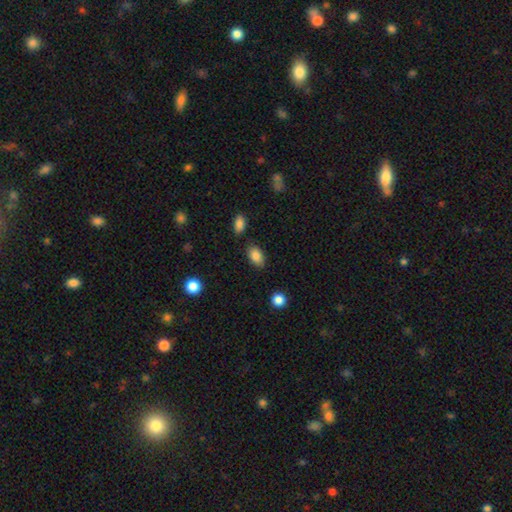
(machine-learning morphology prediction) Smooth or featured? Predicted: smooth (p=0.86). How rounded? Predicted: in between (p=0.90). Merging? Predicted: none (p=0.81).